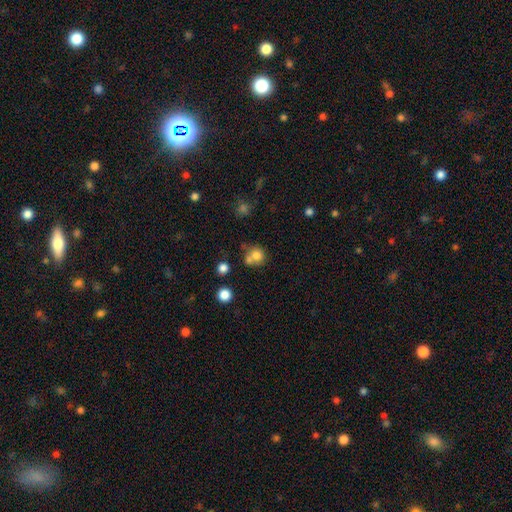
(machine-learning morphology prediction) Smooth or featured? Predicted: smooth (p=0.75). How rounded? Predicted: round (p=0.84). Merging? Predicted: none (p=0.47).